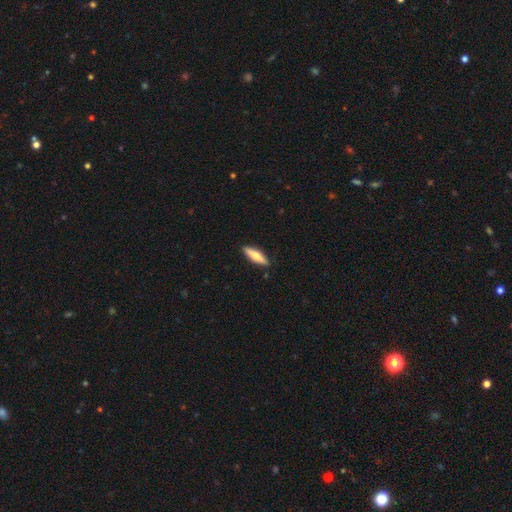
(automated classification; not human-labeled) Morphology: type=smooth (60%); roundness=cigar-shaped (69%); merging=none (89%).